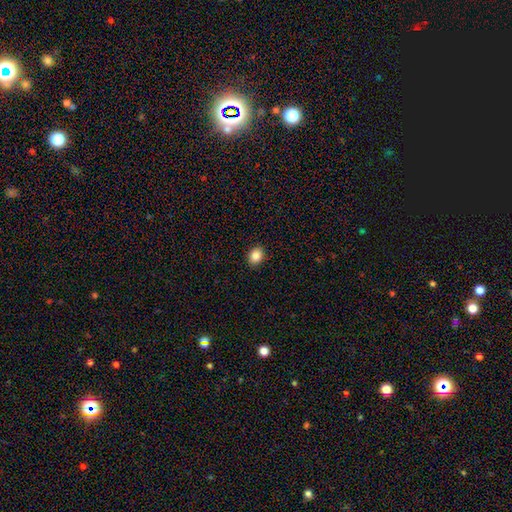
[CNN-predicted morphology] smooth 87%, star or artifact 9%, featured or disk 4%. Down the decision tree: how rounded — in between (50%); merging — none (91%).